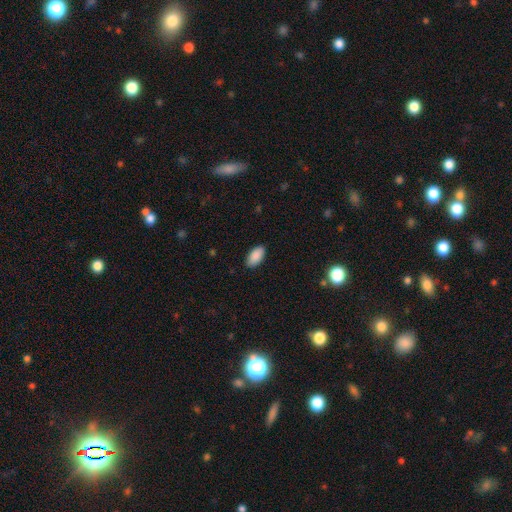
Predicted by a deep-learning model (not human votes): Smooth or featured: smooth — 90% (star or artifact — 7%)
How rounded: in between — 95% (cigar-shaped — 3%)
Merging: none — 88% (minor disturbance — 9%)